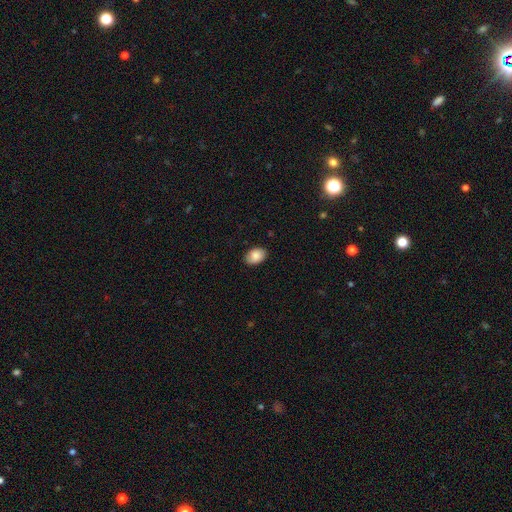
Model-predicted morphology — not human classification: Smooth or featured? smooth (87%)
How rounded? in between (85%)
Merging? none (86%)